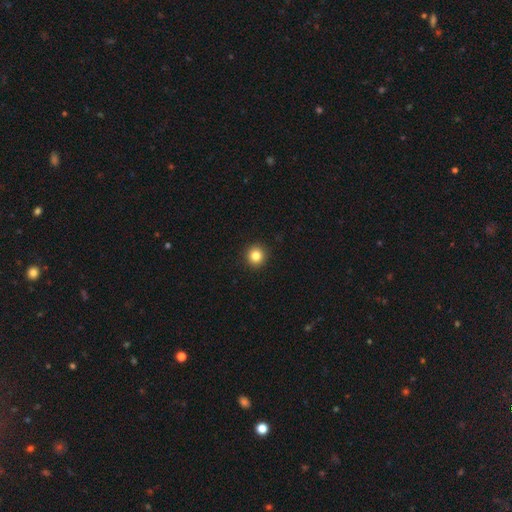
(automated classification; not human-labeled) Overall: smooth (84%). How rounded: round (94%). Merging: none (93%).